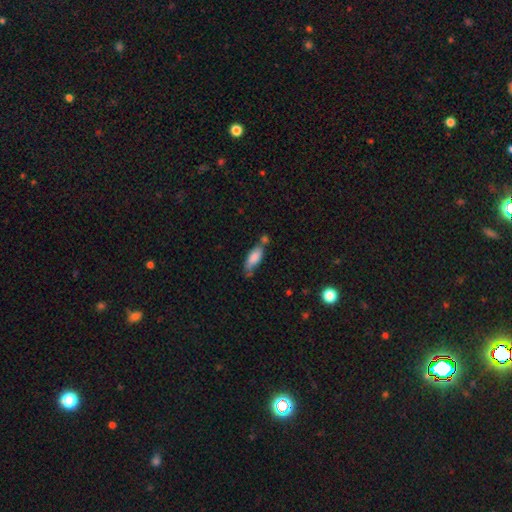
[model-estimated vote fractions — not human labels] smooth 81%, featured or disk 12%, star or artifact 7%. Down the decision tree: how rounded — in between (72%); merging — none (48%).